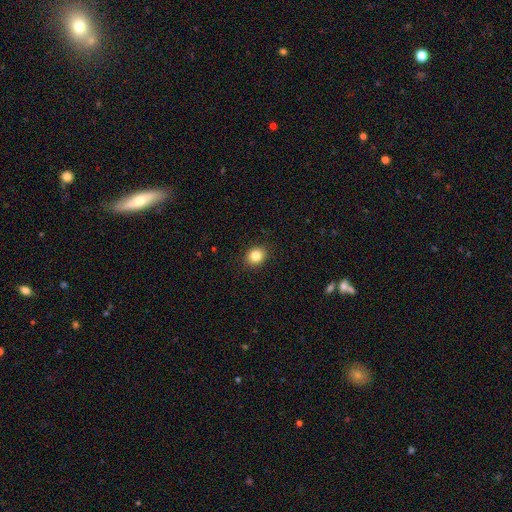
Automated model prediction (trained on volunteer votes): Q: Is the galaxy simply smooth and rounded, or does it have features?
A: smooth — 84%.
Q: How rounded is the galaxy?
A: round — 63%.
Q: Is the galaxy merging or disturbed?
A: none — 90%.